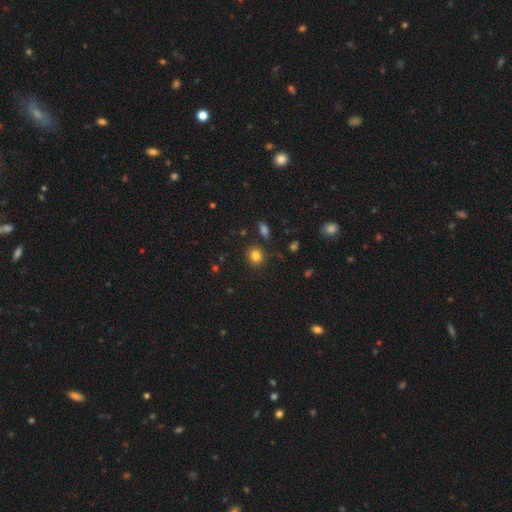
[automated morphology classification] smooth 82%, star or artifact 12%, featured or disk 6%. Down the decision tree: how rounded — round (81%); merging — none (86%).